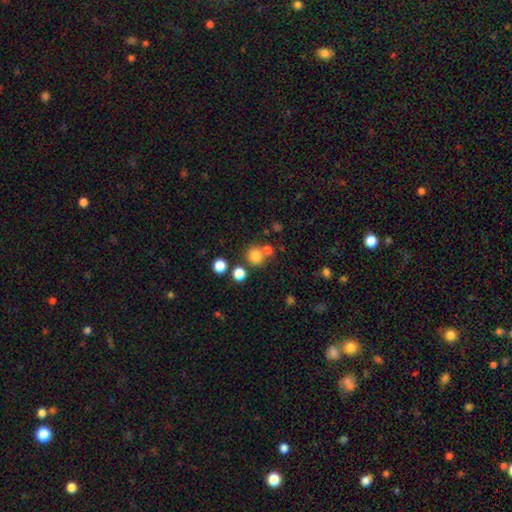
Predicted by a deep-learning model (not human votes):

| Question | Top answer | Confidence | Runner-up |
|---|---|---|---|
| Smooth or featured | smooth | 78% | star or artifact (15%) |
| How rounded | round | 86% | in between (13%) |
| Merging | none | 67% | merger (21%) |